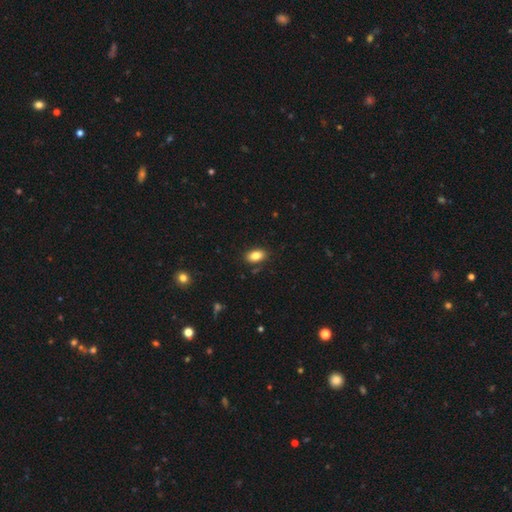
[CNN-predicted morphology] Smooth or featured: smooth — 84% (star or artifact — 9%)
How rounded: in between — 90% (round — 8%)
Merging: none — 86% (minor disturbance — 10%)